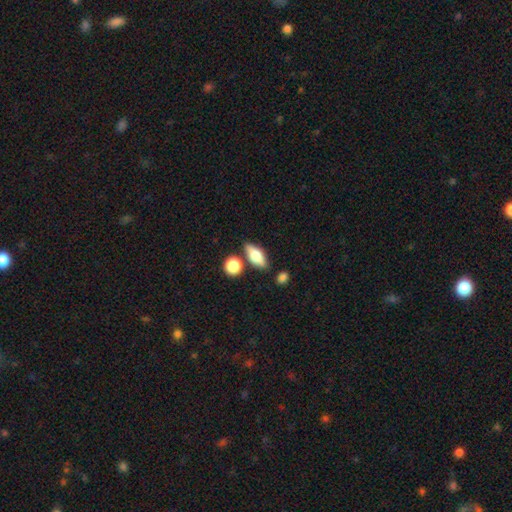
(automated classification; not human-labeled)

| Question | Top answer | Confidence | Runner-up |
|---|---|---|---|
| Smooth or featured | smooth | 61% | featured or disk (31%) |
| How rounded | in between | 71% | cigar-shaped (20%) |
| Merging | none | 75% | minor disturbance (12%) |